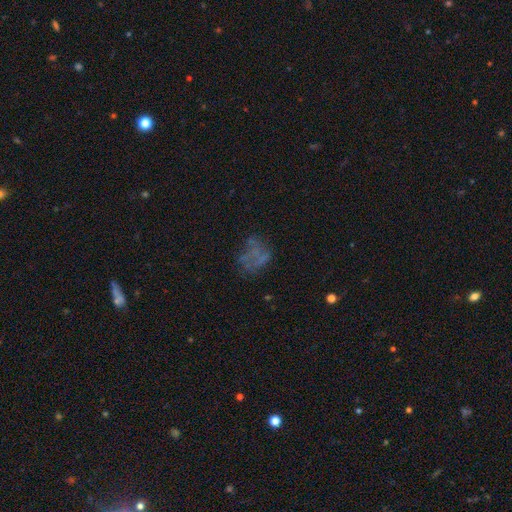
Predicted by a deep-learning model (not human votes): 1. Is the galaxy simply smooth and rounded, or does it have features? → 46% featured or disk, 32% smooth, 23% star or artifact.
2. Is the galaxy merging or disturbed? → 49% none, 27% major disturbance, 18% minor disturbance, 6% merger.